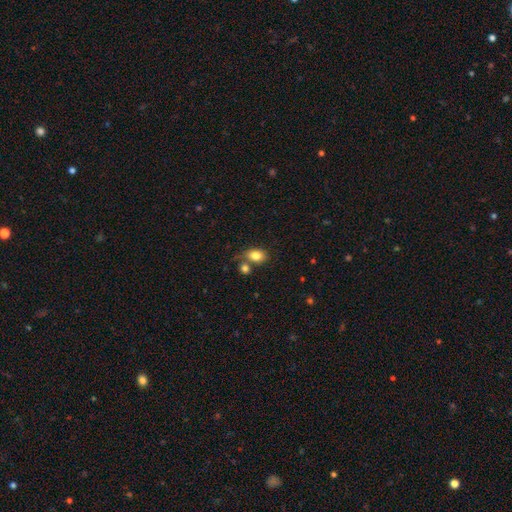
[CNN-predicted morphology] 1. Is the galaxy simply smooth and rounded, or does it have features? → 82% smooth, 9% star or artifact, 9% featured or disk.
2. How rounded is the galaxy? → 78% in between, 21% round, 1% cigar-shaped.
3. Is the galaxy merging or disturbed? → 61% none, 21% merger, 14% minor disturbance, 4% major disturbance.